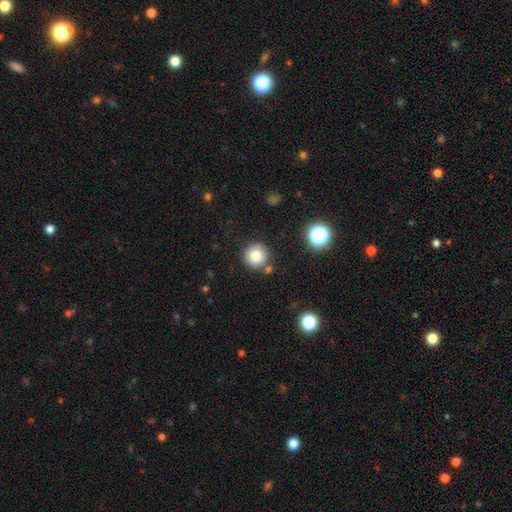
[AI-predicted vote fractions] The model was most divided on "smooth or featured": smooth: 81%, star or artifact: 12%, featured or disk: 8%. More confident: how rounded — round (95%); merging — none (82%).